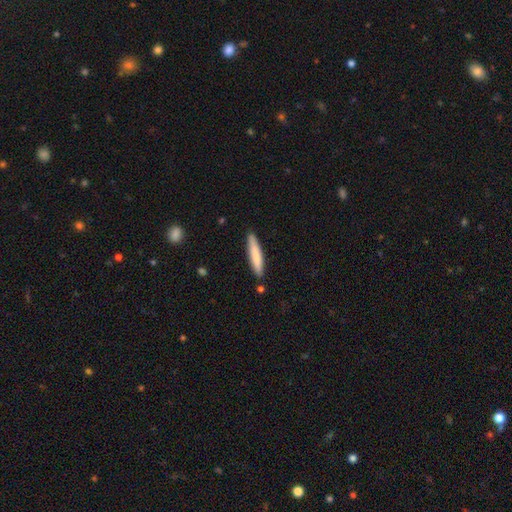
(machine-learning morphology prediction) A smooth galaxy with no disk features (79%) that is cigar-shaped (90%).

Vote fractions:
- Smooth or featured? smooth: 79% / featured or disk: 15% / star or artifact: 5%
- How rounded? cigar-shaped: 90% / in between: 8% / round: 1%
- Merging? none: 87% / minor disturbance: 9% / merger: 2% / major disturbance: 2%